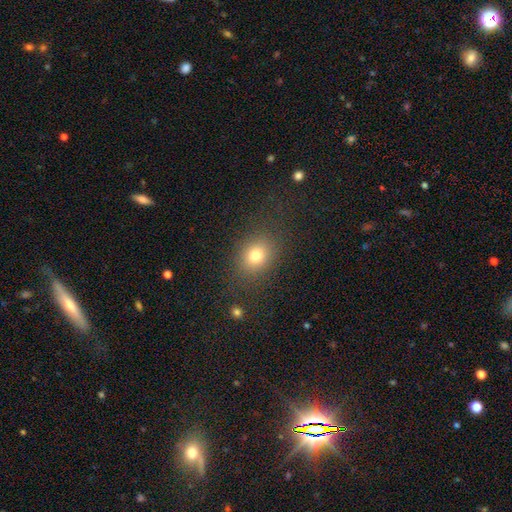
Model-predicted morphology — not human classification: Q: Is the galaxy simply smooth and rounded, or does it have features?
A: smooth — 76%.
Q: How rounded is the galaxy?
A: in between — 52%.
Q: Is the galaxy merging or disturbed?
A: none — 81%.